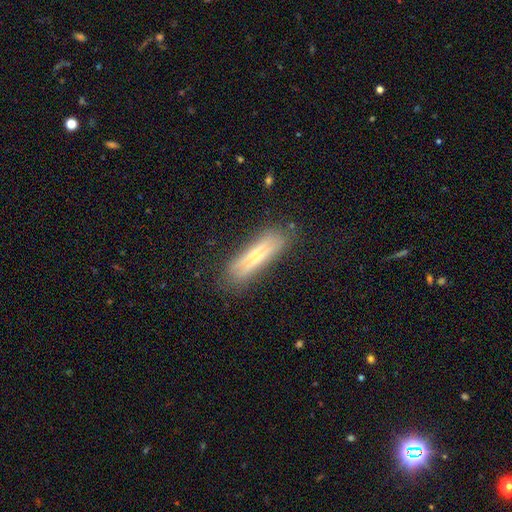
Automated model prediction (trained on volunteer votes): Smooth or featured? featured or disk (48%)
Merging? none (75%)